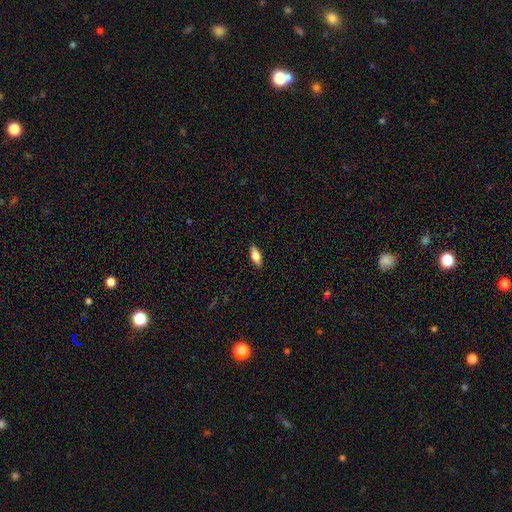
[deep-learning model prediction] Smooth or featured?
  - smooth: 75% *
  - featured or disk: 18%
  - star or artifact: 7%
How rounded?
  - in between: 80% *
  - cigar-shaped: 17%
  - round: 3%
Merging?
  - none: 89% *
  - minor disturbance: 9%
  - major disturbance: 2%
  - merger: 1%